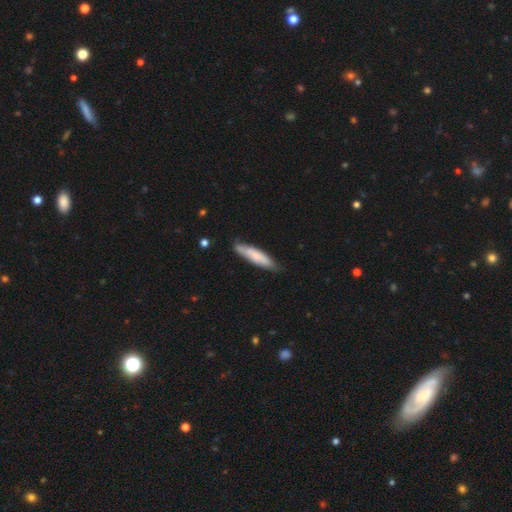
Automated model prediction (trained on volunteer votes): Q: Smooth or featured?
A: smooth (70%); runner-up: featured or disk (24%)
Q: How rounded?
A: cigar-shaped (77%); runner-up: in between (22%)
Q: Merging?
A: none (73%); runner-up: minor disturbance (21%)